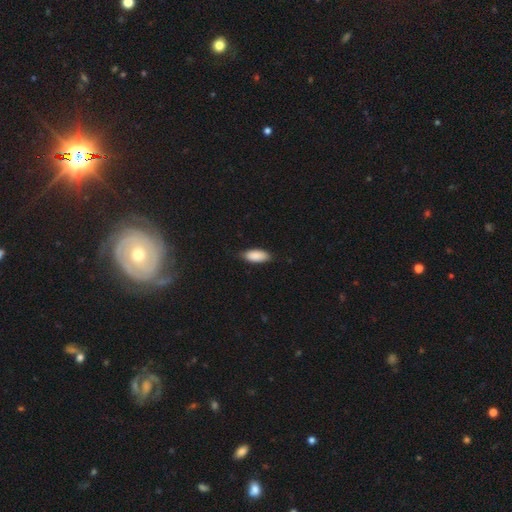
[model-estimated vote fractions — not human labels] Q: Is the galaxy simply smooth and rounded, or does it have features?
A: smooth — 89%.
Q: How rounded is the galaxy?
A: in between — 87%.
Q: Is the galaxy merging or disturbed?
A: none — 83%.